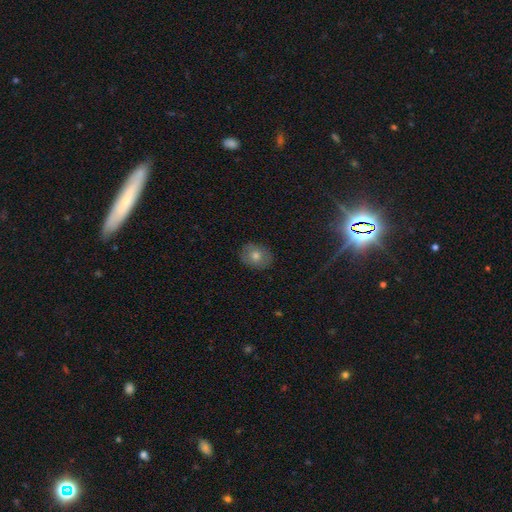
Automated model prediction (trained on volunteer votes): Overall: smooth (64%). How rounded: round (57%; in between 42%). Merging: none (87%).